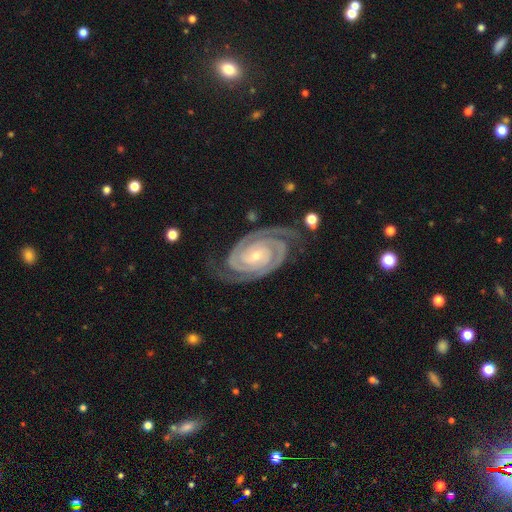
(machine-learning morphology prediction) smooth_or_featured: featured or disk (p=0.94) [alt: star or artifact p=0.04]
disk_edge_on: no (p=0.97) [alt: yes p=0.03]
bar: no (p=0.60) [alt: weak p=0.23]
has_spiral_arms: yes (p=0.99) [alt: no p=0.01]
spiral_winding: tight (p=0.85) [alt: medium p=0.13]
spiral_arm_count: 2 (p=0.88) [alt: 3 p=0.05]
bulge_size: small (p=0.70) [alt: moderate p=0.27]
merging: none (p=0.79) [alt: minor disturbance p=0.14]